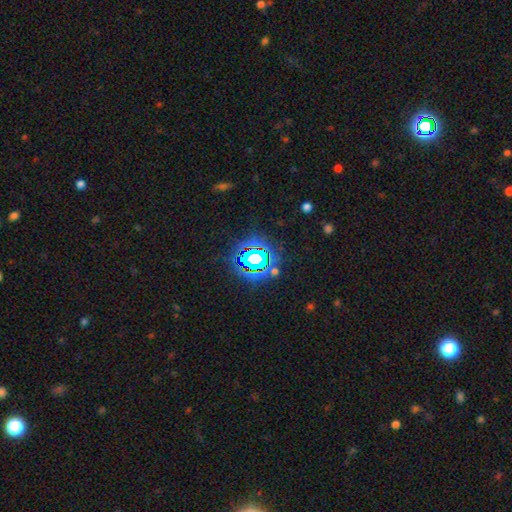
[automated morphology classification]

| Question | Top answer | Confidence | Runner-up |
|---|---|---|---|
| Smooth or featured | star or artifact | 78% | smooth (14%) |